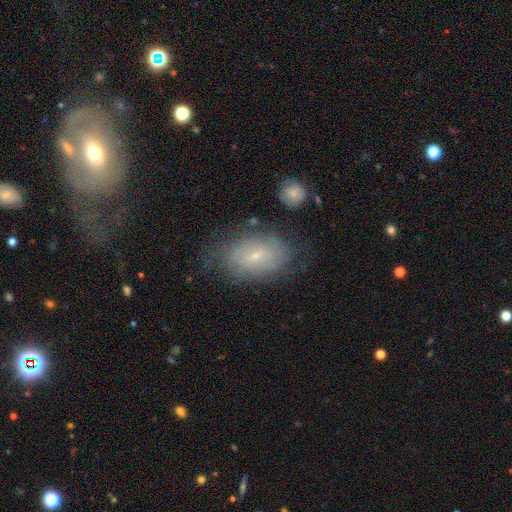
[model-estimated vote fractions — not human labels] Morphology: type=featured or disk (57%); edge-on=no (94%); bar=no (69%); spiral arms=yes (77%); bulge=small (80%); merging=none (67%).